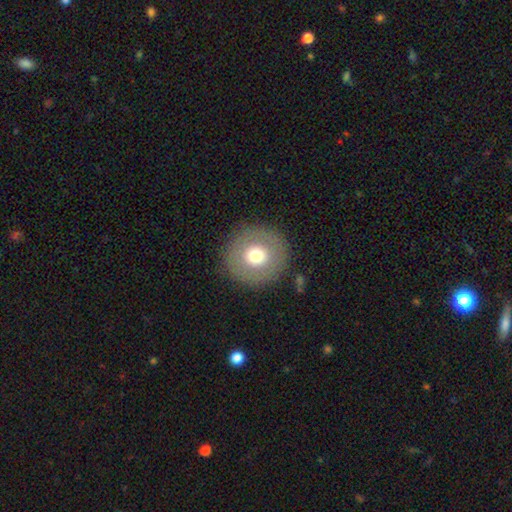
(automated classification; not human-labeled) Smooth or featured? smooth (68%)
How rounded? round (95%)
Merging? none (89%)